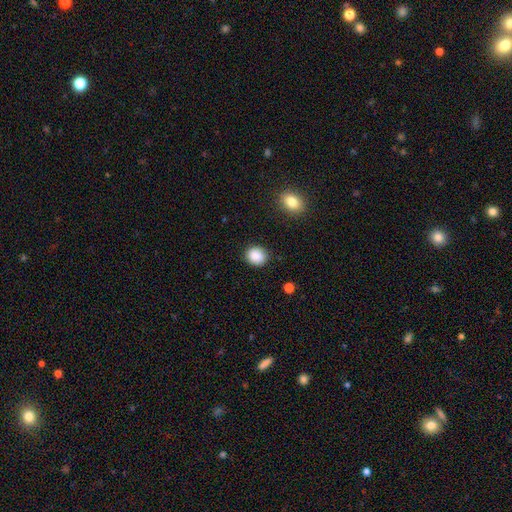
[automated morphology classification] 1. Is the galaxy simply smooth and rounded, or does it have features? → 88% smooth, 8% star or artifact, 3% featured or disk.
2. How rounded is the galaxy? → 76% round, 23% in between, 1% cigar-shaped.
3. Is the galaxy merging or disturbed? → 88% none, 8% minor disturbance, 2% major disturbance, 1% merger.